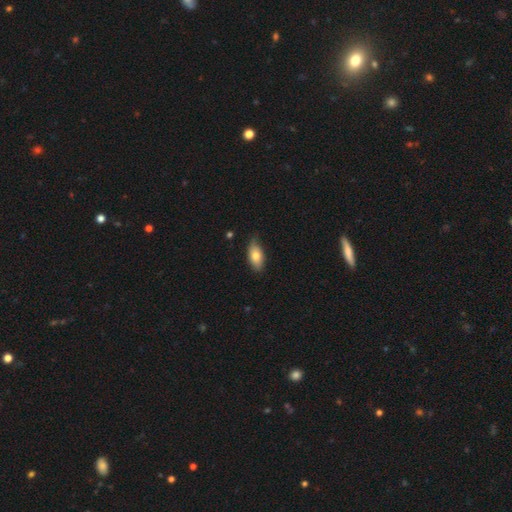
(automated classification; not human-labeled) smooth 77%, featured or disk 16%, star or artifact 6%. Down the decision tree: how rounded — in between (90%); merging — none (73%).